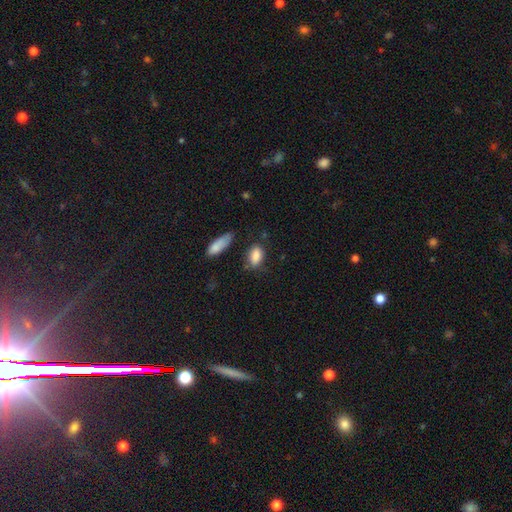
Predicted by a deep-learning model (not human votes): Smooth or featured?
  - smooth: 85% *
  - star or artifact: 8%
  - featured or disk: 7%
How rounded?
  - in between: 86% *
  - round: 9%
  - cigar-shaped: 6%
Merging?
  - none: 64% *
  - minor disturbance: 24%
  - major disturbance: 6%
  - merger: 5%